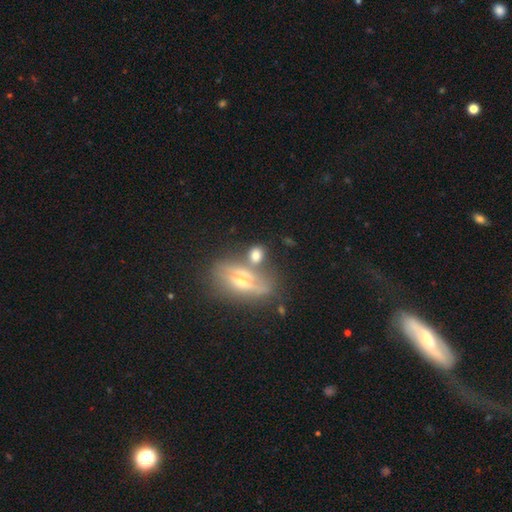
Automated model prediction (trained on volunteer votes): smooth_or_featured: smooth (p=0.61) [alt: featured or disk p=0.27]
how_rounded: in between (p=0.58) [alt: round p=0.36]
merging: none (p=0.58) [alt: merger p=0.20]